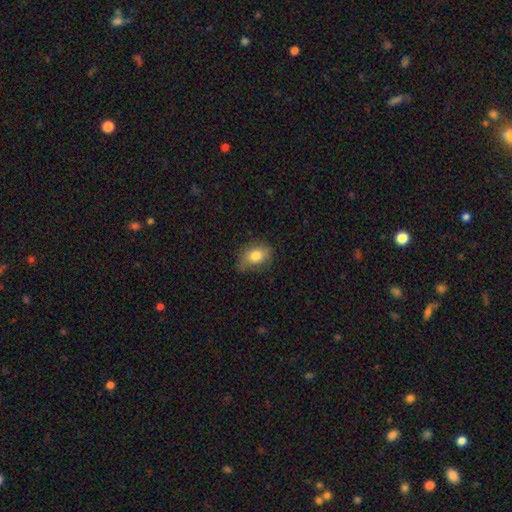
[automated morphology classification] A smooth galaxy with no disk features (80%) that is in between round and cigar-shaped (71%). Merging: none (61%).